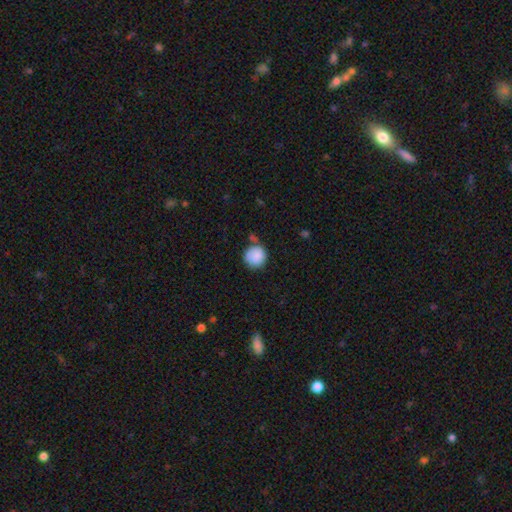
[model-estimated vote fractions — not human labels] This appears to be a smooth galaxy with no disk features (86%) that is round (91%). Merging: none (62%).